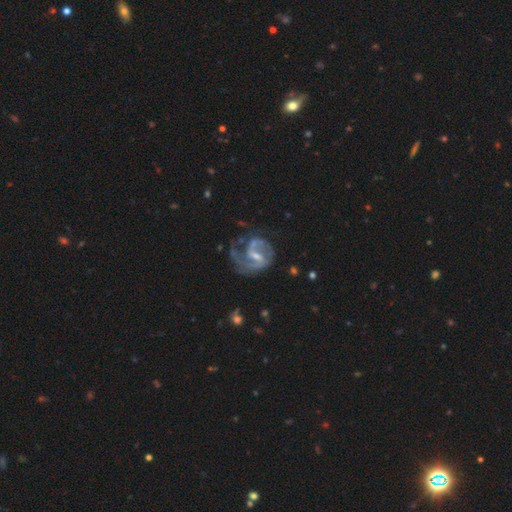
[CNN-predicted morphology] Smooth or featured?
  - featured or disk: 88% *
  - smooth: 6%
  - star or artifact: 6%
Edge-on disk?
  - no: 98% *
  - yes: 2%
Bar?
  - weak: 53% *
  - strong: 30%
  - no: 17%
Spiral arms?
  - yes: 95% *
  - no: 5%
Spiral winding?
  - medium: 52% *
  - tight: 26%
  - loose: 21%
Spiral arm count?
  - 2: 68% *
  - 1: 11%
  - can't tell: 10%
  - 3: 7%
  - 4: 2%
  - more than 4: 2%
Bulge size?
  - small: 54% *
  - moderate: 34%
  - none: 9%
  - large: 2%
  - dominant: 1%
Merging?
  - none: 52% *
  - major disturbance: 24%
  - minor disturbance: 21%
  - merger: 3%